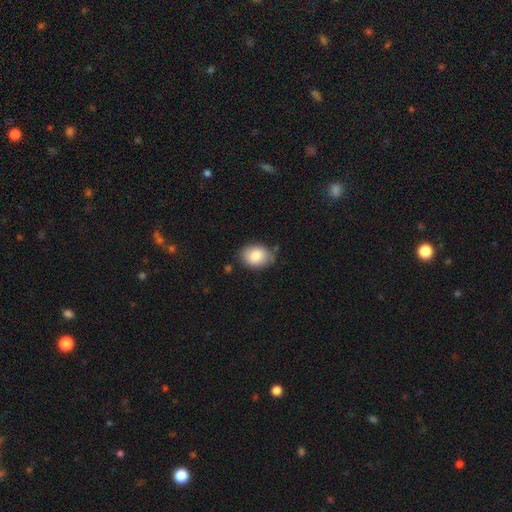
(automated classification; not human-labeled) This appears to be a smooth galaxy with no disk features (83%) that is in between round and cigar-shaped (67%). Merging: none (75%).